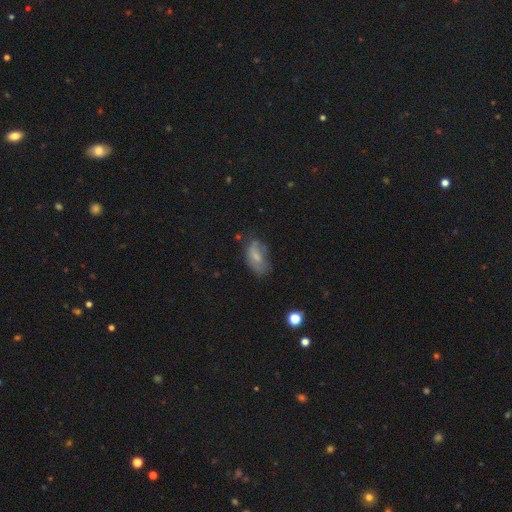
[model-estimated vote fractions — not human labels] Overall: smooth (61%; featured or disk 28%). How rounded: in between (90%). Merging: none (49%; minor disturbance 31%).